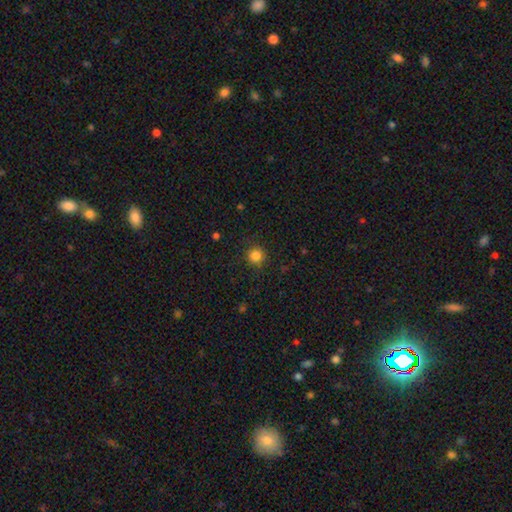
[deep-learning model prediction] smooth_or_featured: smooth (p=0.84) [alt: star or artifact p=0.12]
how_rounded: round (p=0.94) [alt: in between p=0.05]
merging: none (p=0.90) [alt: minor disturbance p=0.07]